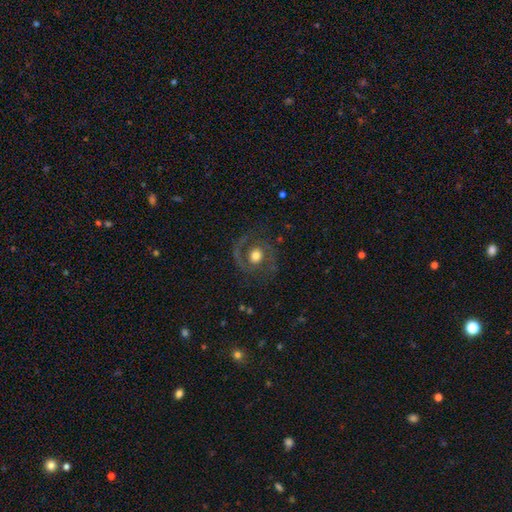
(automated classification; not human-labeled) This is likely a featured or disk galaxy (70%). It is clearly not viewed edge-on (97%). Bar: likely no (72%). Spiral arm pattern: clearly yes (82%). Spiral arm count: likely 2 (78%). Spiral winding: possibly medium (50%). Central bulge: likely moderate (60%). Merging: likely none (73%).